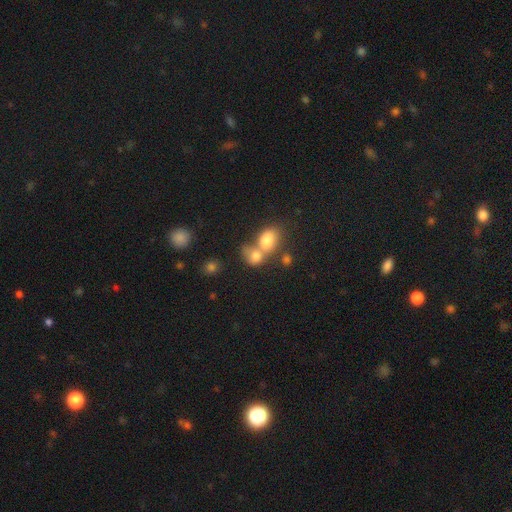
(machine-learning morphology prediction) Smooth or featured?
  - smooth: 78% *
  - featured or disk: 12%
  - star or artifact: 10%
How rounded?
  - in between: 59% *
  - round: 39%
  - cigar-shaped: 2%
Merging?
  - merger: 67% *
  - none: 21%
  - minor disturbance: 7%
  - major disturbance: 5%